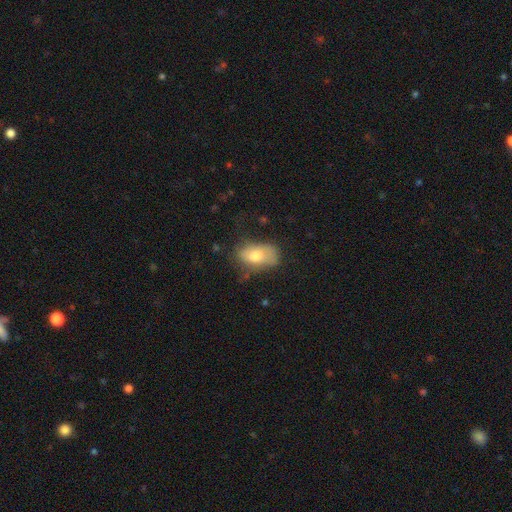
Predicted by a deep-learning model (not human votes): smooth_or_featured: smooth (p=0.71) [alt: featured or disk p=0.21]
how_rounded: in between (p=0.90) [alt: round p=0.09]
merging: none (p=0.51) [alt: minor disturbance p=0.32]